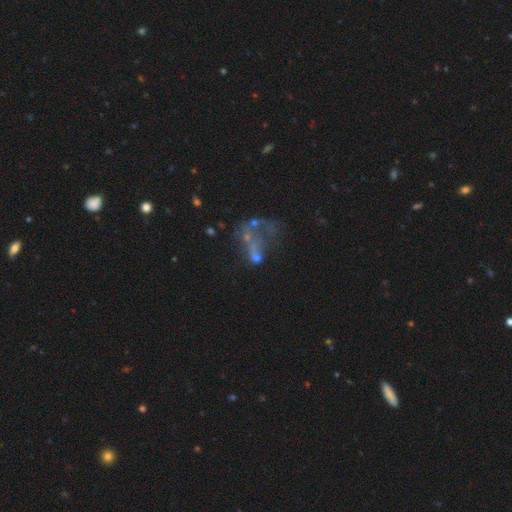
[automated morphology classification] The model was most divided on "merging": major disturbance: 36%, none: 28%, merger: 25%, minor disturbance: 12%. Remaining: smooth or featured — featured or disk (47%).